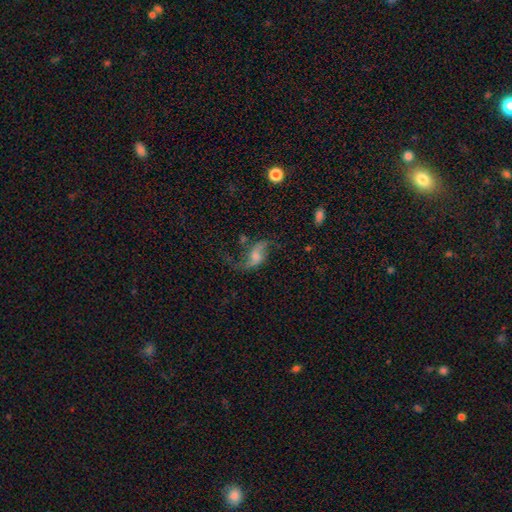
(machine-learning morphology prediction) featured or disk 76%, smooth 14%, star or artifact 10%. Down the decision tree: edge-on disk — no (95%); bar — no (50%); spiral arms — yes (92%); spiral arm count — 2 (88%); spiral winding — loose (85%); bulge size — moderate (43%); merging — none (58%).